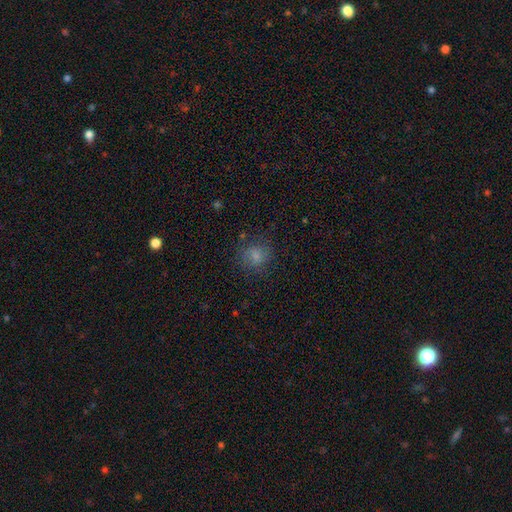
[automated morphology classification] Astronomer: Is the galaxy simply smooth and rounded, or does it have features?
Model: smooth — 77%.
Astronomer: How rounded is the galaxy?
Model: round — 81%.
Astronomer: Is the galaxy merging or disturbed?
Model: none — 75%.